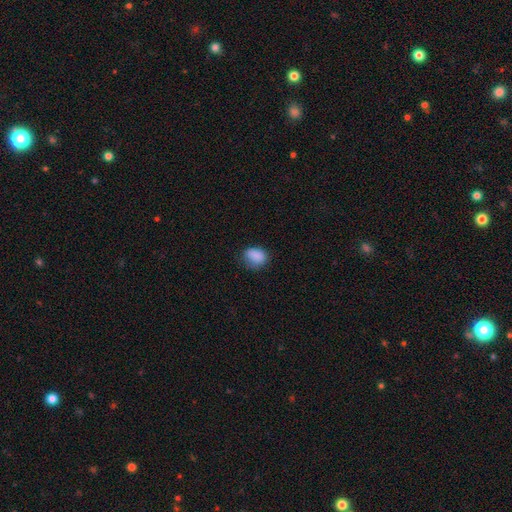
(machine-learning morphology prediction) Smooth or featured? Predicted: smooth (p=0.87). How rounded? Predicted: in between (p=0.69). Merging? Predicted: none (p=0.68).